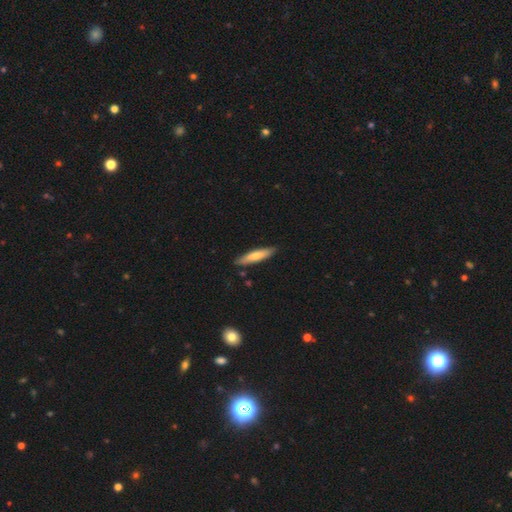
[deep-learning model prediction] A smooth galaxy with no disk features (68%) that is cigar-shaped (81%). Merging: none (85%).